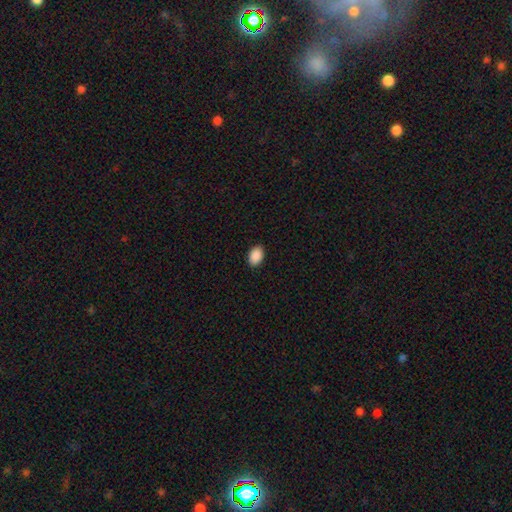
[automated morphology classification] A smooth galaxy with no disk features (91%) that is in between round and cigar-shaped (87%).

Vote fractions:
- Smooth or featured? smooth: 91% / star or artifact: 7% / featured or disk: 2%
- How rounded? in between: 87% / round: 12% / cigar-shaped: 1%
- Merging? none: 90% / minor disturbance: 7% / major disturbance: 2% / merger: 1%